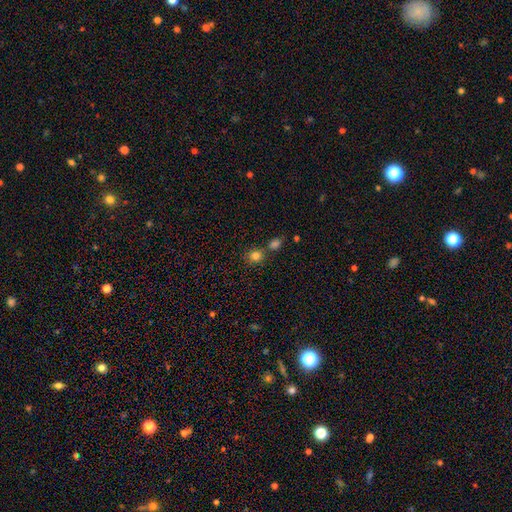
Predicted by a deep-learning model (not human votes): Smooth or featured?
  - smooth: 82% *
  - star or artifact: 12%
  - featured or disk: 6%
How rounded?
  - round: 80% *
  - in between: 19%
  - cigar-shaped: 1%
Merging?
  - none: 66% *
  - merger: 21%
  - minor disturbance: 10%
  - major disturbance: 3%